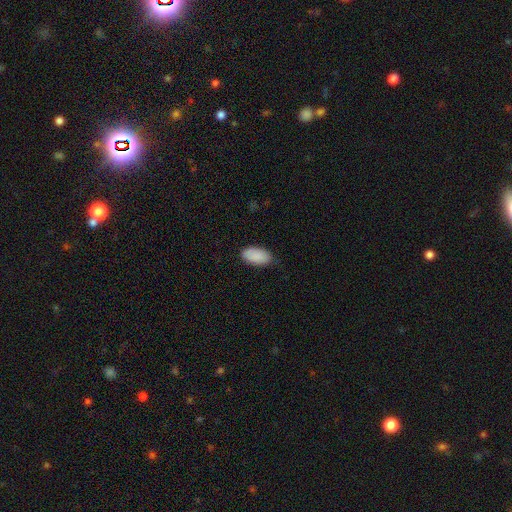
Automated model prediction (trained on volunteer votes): Smooth or featured? smooth (90%)
How rounded? in between (95%)
Merging? none (79%)